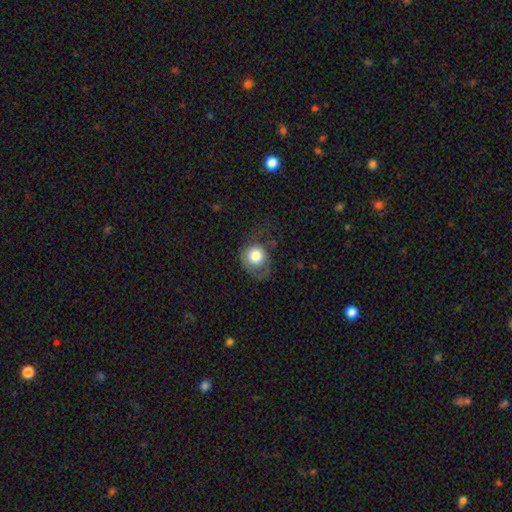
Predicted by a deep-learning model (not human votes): Q: Smooth or featured?
A: smooth (73%); runner-up: featured or disk (18%)
Q: How rounded?
A: round (73%); runner-up: in between (26%)
Q: Merging?
A: none (45%); runner-up: minor disturbance (27%)